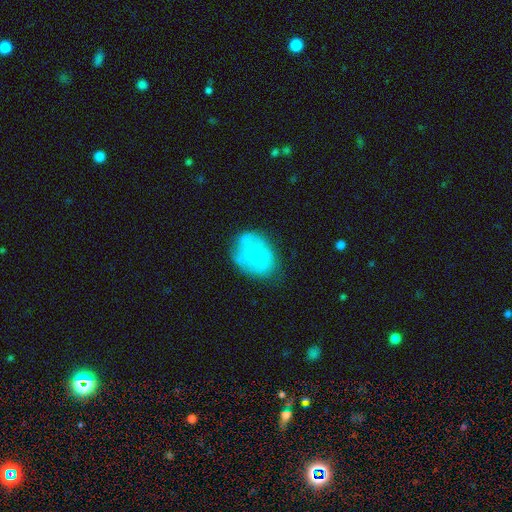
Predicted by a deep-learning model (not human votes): Smooth or featured? featured or disk (49%)
Merging? none (54%)